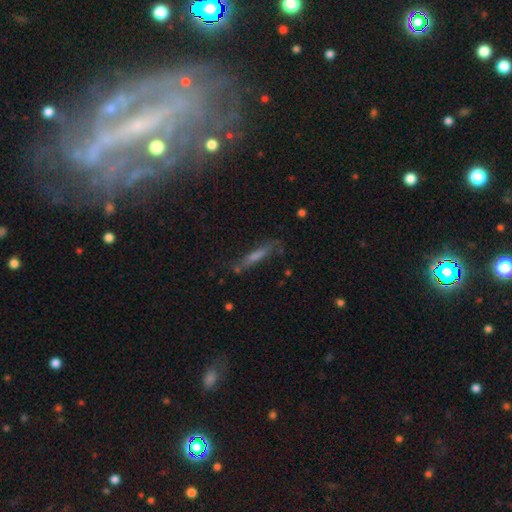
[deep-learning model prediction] Smooth or featured: featured or disk — 45% (smooth — 42%)
Merging: none — 66% (minor disturbance — 20%)